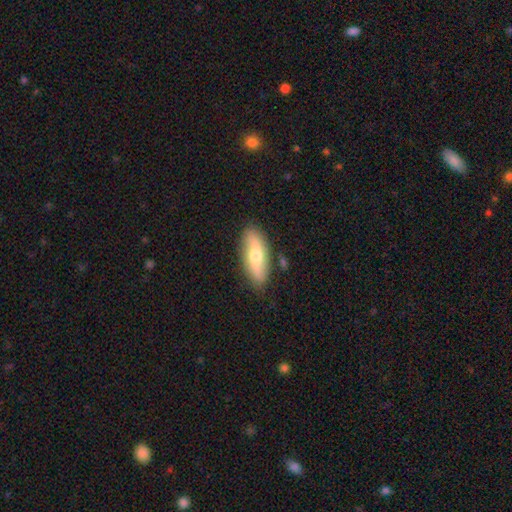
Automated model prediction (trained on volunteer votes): Smooth or featured? smooth (56%)
How rounded? in between (71%)
Merging? none (81%)